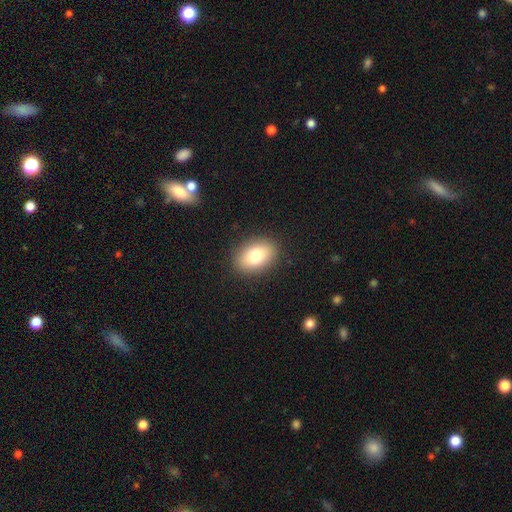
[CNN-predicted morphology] Smooth or featured?
  - smooth: 78% *
  - featured or disk: 13%
  - star or artifact: 9%
How rounded?
  - in between: 82% *
  - round: 17%
  - cigar-shaped: 1%
Merging?
  - none: 89% *
  - minor disturbance: 8%
  - major disturbance: 3%
  - merger: 1%